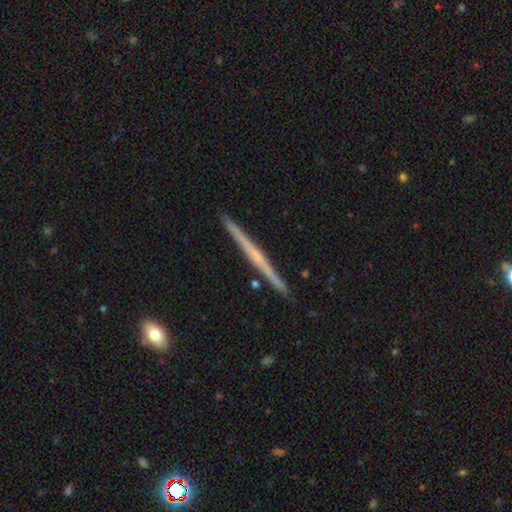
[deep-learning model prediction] Q: Smooth or featured?
A: featured or disk (70%); runner-up: smooth (24%)
Q: Edge-on disk?
A: yes (98%); runner-up: no (2%)
Q: Edge-on bulge?
A: none (58%); runner-up: rounded (35%)
Q: Merging?
A: none (92%); runner-up: minor disturbance (6%)